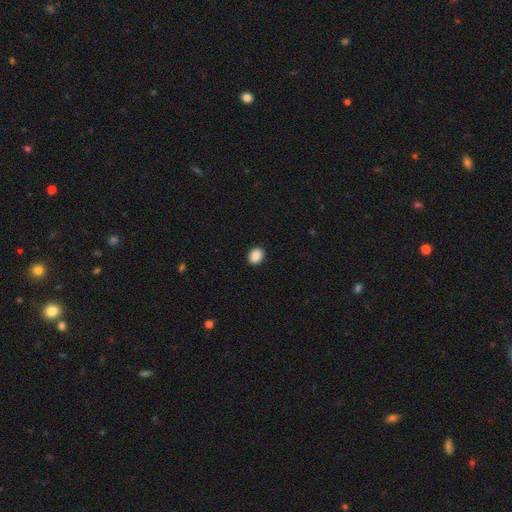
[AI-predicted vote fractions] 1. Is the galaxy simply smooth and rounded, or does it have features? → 90% smooth, 8% star or artifact, 2% featured or disk.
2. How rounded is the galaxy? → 55% in between, 44% round, 1% cigar-shaped.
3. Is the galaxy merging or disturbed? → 91% none, 7% minor disturbance, 2% major disturbance, 1% merger.